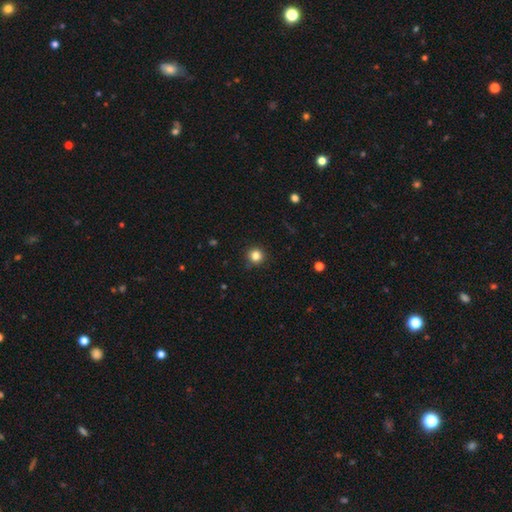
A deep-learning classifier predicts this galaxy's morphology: Smooth or featured? Predicted: smooth (p=0.83). How rounded? Predicted: round (p=0.95). Merging? Predicted: none (p=0.91).